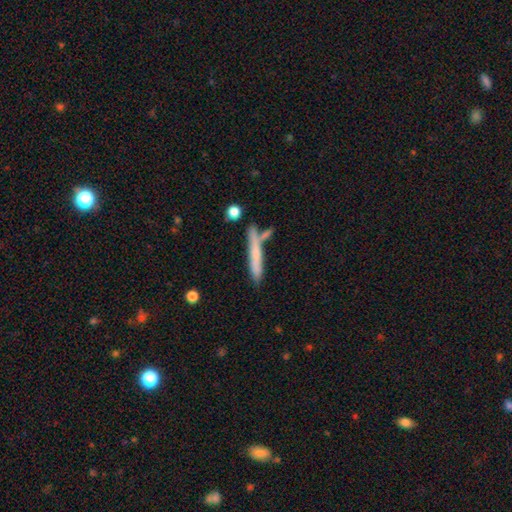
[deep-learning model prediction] A smooth galaxy with no disk features (58%) that is cigar-shaped (92%). Merging: none (63%).